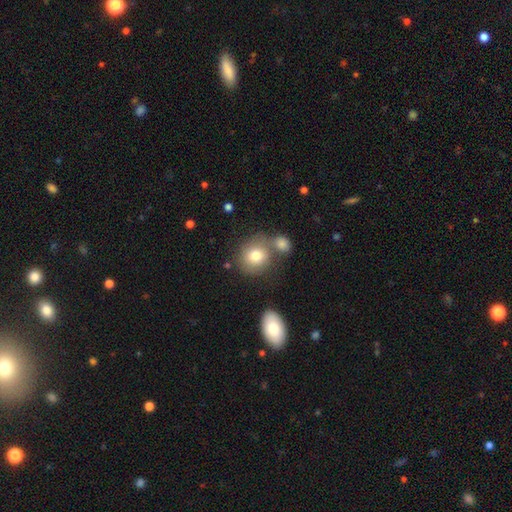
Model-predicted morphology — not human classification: Smooth or featured? smooth (77%)
How rounded? round (79%)
Merging? none (52%)